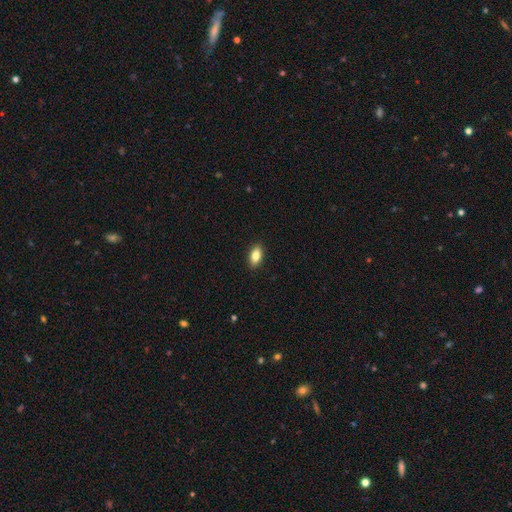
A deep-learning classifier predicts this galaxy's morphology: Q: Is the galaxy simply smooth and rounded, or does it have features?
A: smooth — 82%.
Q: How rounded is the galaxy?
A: in between — 87%.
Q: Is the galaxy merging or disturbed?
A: none — 90%.